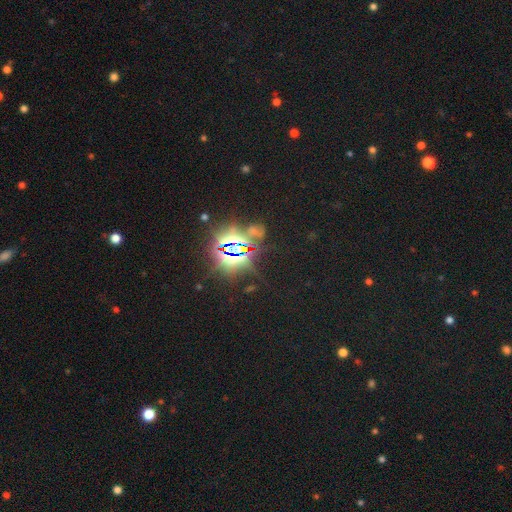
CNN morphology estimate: Overall: star or artifact (84%).